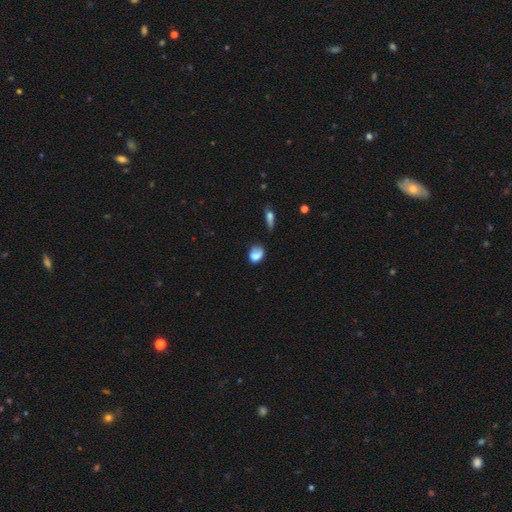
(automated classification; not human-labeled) Smooth or featured: smooth — 71% (featured or disk — 18%)
How rounded: in between — 54% (round — 44%)
Merging: none — 37% (minor disturbance — 33%)